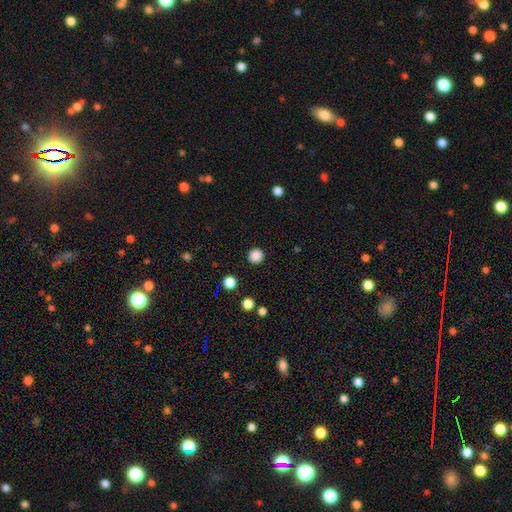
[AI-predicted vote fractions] Smooth or featured? Predicted: smooth (p=0.86). How rounded? Predicted: round (p=0.95). Merging? Predicted: none (p=0.92).